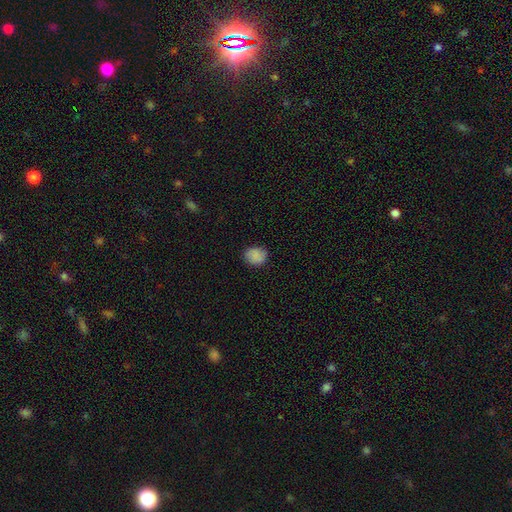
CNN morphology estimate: The model was most divided on "how rounded": round: 69%, in between: 30%, cigar-shaped: 1%. More confident: smooth or featured — smooth (86%); merging — none (85%).